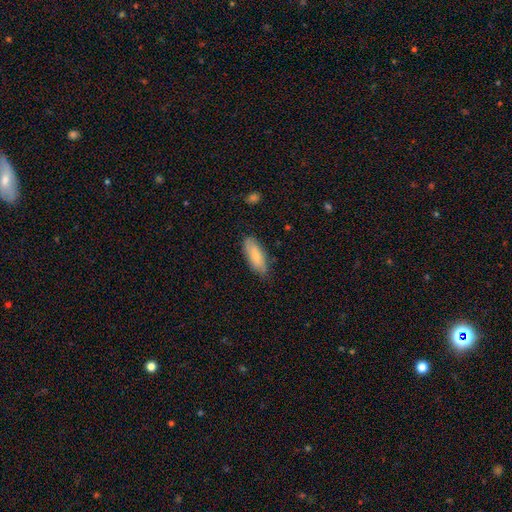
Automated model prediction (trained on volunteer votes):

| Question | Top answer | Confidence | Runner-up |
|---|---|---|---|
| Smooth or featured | smooth | 79% | featured or disk (15%) |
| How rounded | in between | 74% | cigar-shaped (24%) |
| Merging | none | 77% | minor disturbance (18%) |